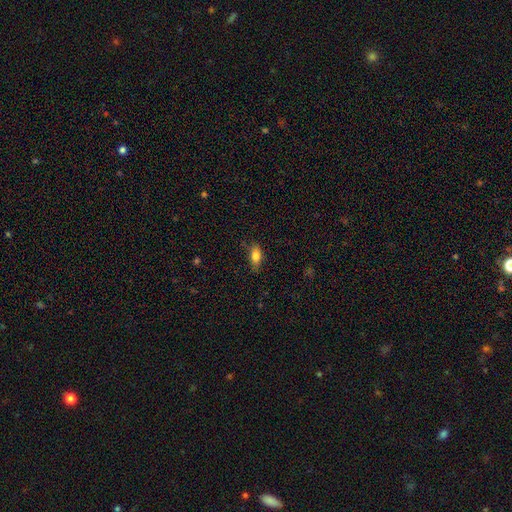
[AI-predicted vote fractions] smooth_or_featured: smooth (p=0.84) [alt: star or artifact p=0.08]
how_rounded: in between (p=0.86) [alt: cigar-shaped p=0.08]
merging: none (p=0.79) [alt: minor disturbance p=0.16]